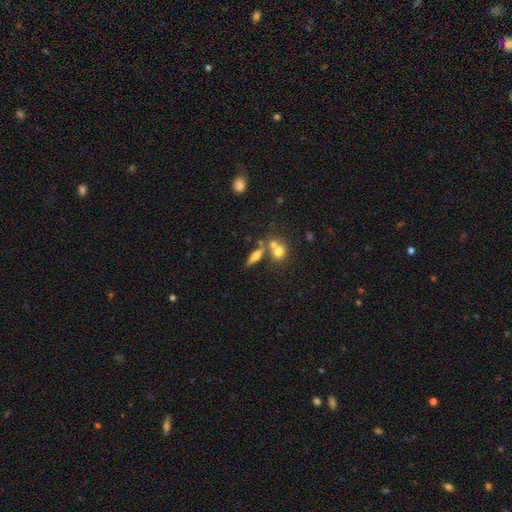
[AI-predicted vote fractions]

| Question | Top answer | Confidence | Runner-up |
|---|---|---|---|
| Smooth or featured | smooth | 53% | featured or disk (36%) |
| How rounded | cigar-shaped | 46% | in between (44%) |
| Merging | none | 56% | merger (27%) |